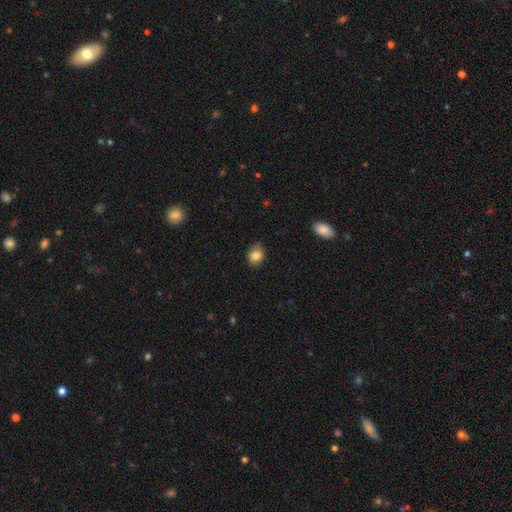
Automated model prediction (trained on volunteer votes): Smooth or featured?
  - smooth: 83% *
  - star or artifact: 10%
  - featured or disk: 7%
How rounded?
  - round: 57% *
  - in between: 42%
  - cigar-shaped: 1%
Merging?
  - none: 75% *
  - minor disturbance: 21%
  - major disturbance: 3%
  - merger: 1%